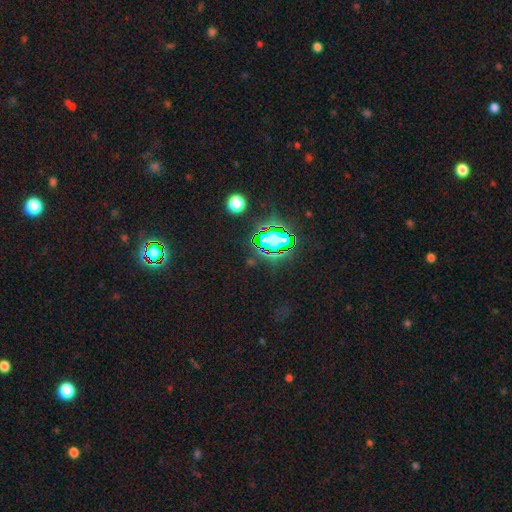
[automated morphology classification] This appears to be a star or artifact, not a galaxy (81%).